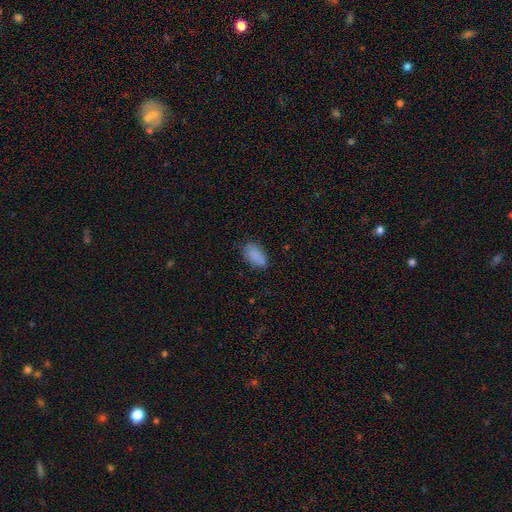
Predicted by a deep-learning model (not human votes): A smooth galaxy with no disk features (86%) that is in between round and cigar-shaped (92%). Merging: none (77%).